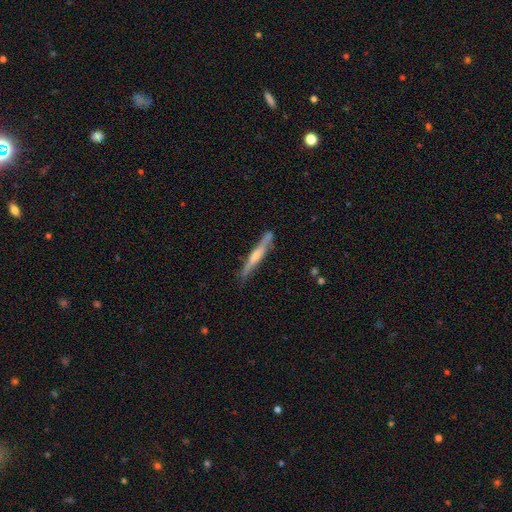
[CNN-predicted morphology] Smooth or featured: featured or disk — 58% (smooth — 37%)
Edge-on disk: yes — 95% (no — 5%)
Edge-on bulge: rounded — 57% (none — 28%)
Merging: none — 80% (minor disturbance — 15%)